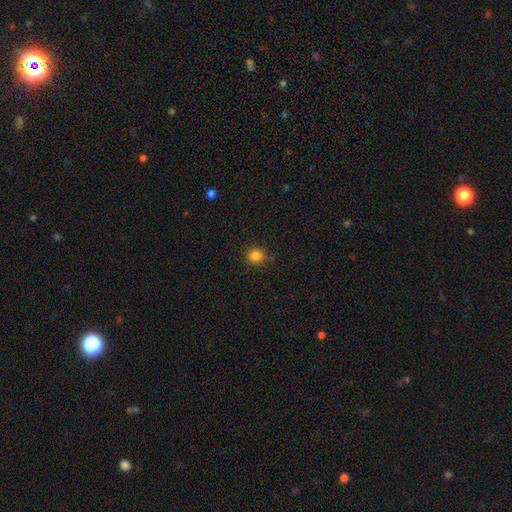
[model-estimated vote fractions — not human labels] Smooth or featured?
  - smooth: 84% *
  - star or artifact: 12%
  - featured or disk: 4%
How rounded?
  - round: 90% *
  - in between: 9%
  - cigar-shaped: 1%
Merging?
  - none: 89% *
  - minor disturbance: 8%
  - major disturbance: 2%
  - merger: 1%